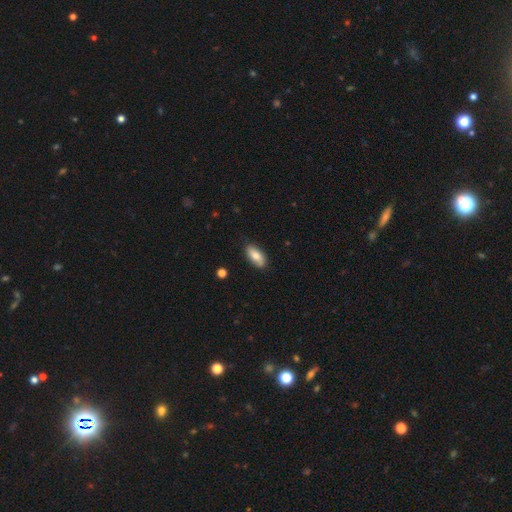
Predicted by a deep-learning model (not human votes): The model was most divided on "smooth or featured": smooth: 78%, featured or disk: 16%, star or artifact: 6%. More confident: how rounded — in between (88%); merging — none (82%).